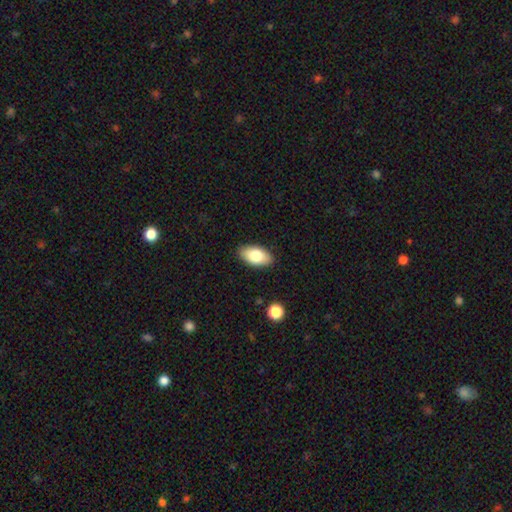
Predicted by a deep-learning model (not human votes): Morphology: type=smooth (78%); roundness=in between (93%); merging=none (88%).